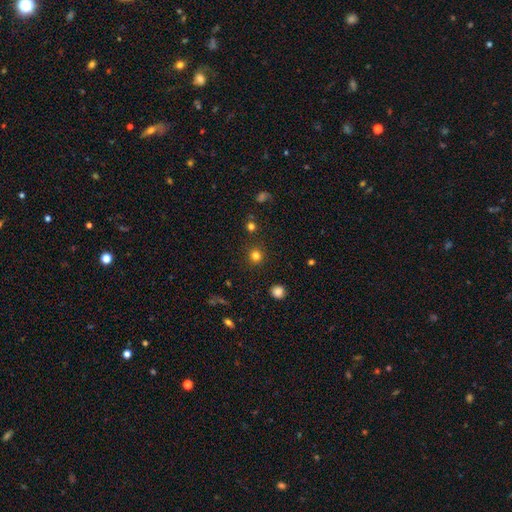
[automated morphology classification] This appears to be a smooth galaxy with no disk features (80%) that is round (93%). Merging: none (90%).